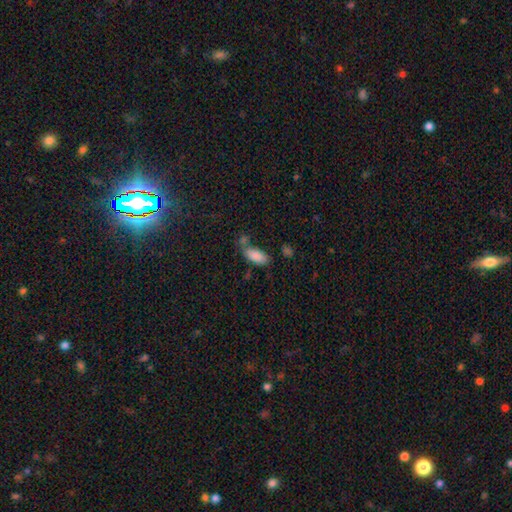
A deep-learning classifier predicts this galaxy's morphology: A smooth galaxy with no disk features (85%) that is in between round and cigar-shaped (84%).

Vote fractions:
- Smooth or featured? smooth: 85% / star or artifact: 8% / featured or disk: 7%
- How rounded? in between: 84% / cigar-shaped: 14% / round: 2%
- Merging? none: 53% / merger: 22% / minor disturbance: 18% / major disturbance: 7%